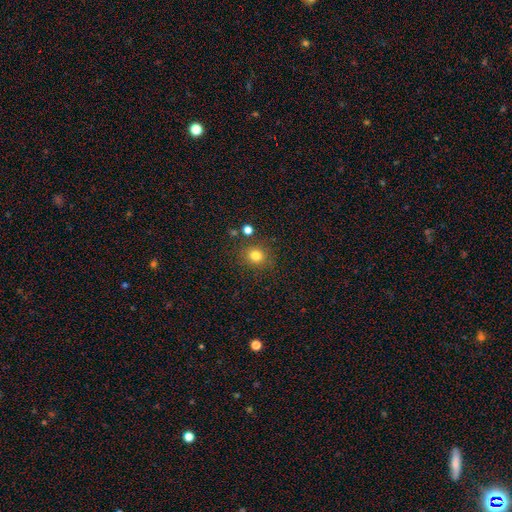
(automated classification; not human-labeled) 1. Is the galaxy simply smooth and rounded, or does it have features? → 79% smooth, 14% star or artifact, 7% featured or disk.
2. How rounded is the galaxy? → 80% round, 19% in between, 1% cigar-shaped.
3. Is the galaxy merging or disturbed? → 82% none, 9% minor disturbance, 5% merger, 3% major disturbance.